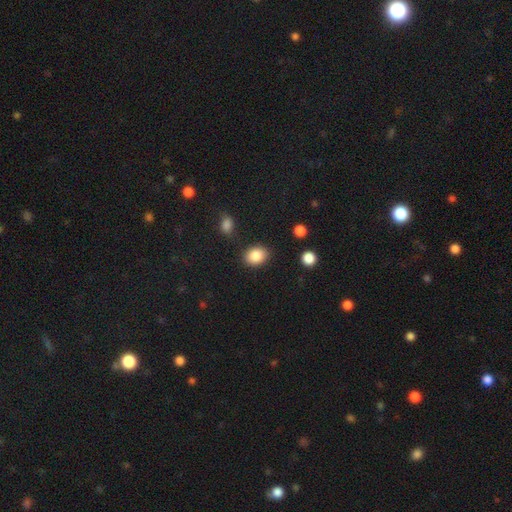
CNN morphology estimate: smooth-or-featured: smooth: 87% | star or artifact: 8% | featured or disk: 5%
  how-rounded: in between: 60% | round: 39% | cigar-shaped: 1%
  merging: none: 84% | minor disturbance: 10% | major disturbance: 3% | merger: 3%